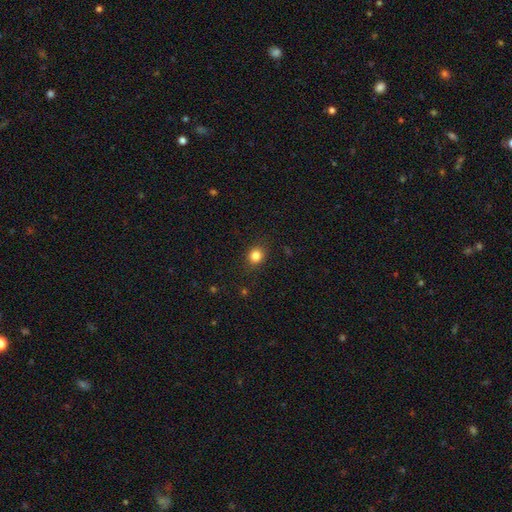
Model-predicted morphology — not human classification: Smooth or featured? Predicted: smooth (p=0.84). How rounded? Predicted: round (p=0.76). Merging? Predicted: none (p=0.87).